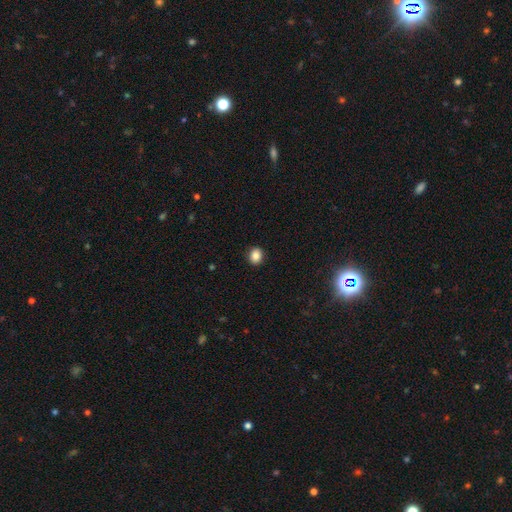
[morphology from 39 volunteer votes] Smooth or featured? 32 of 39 (82%) said smooth. How rounded? 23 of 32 (72%) said round. Merging? 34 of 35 (97%) said none.